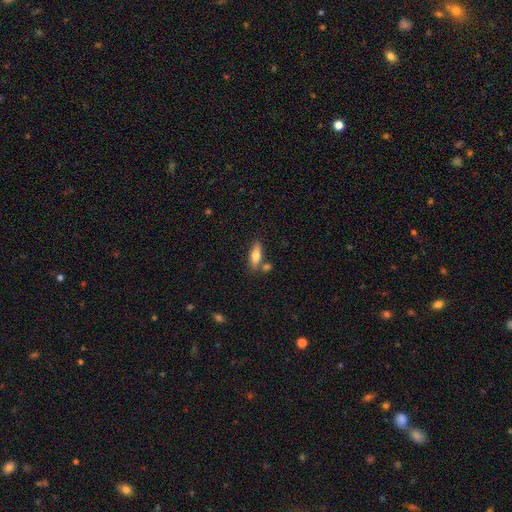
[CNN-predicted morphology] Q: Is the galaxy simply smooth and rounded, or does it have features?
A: smooth — 71%.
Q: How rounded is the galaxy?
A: in between — 68%.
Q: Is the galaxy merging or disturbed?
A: none — 69%.